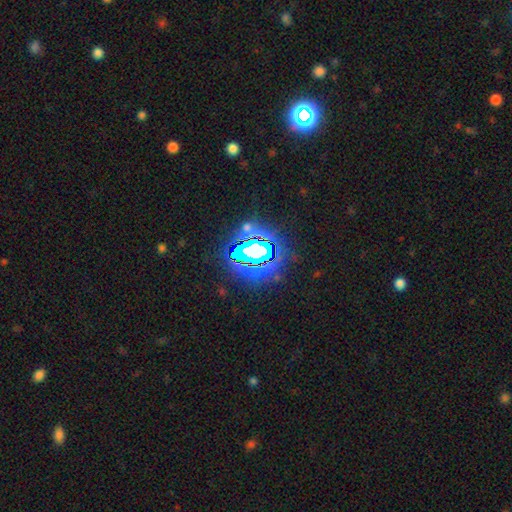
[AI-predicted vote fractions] This is likely a star or artifact rather than a galaxy (75%).